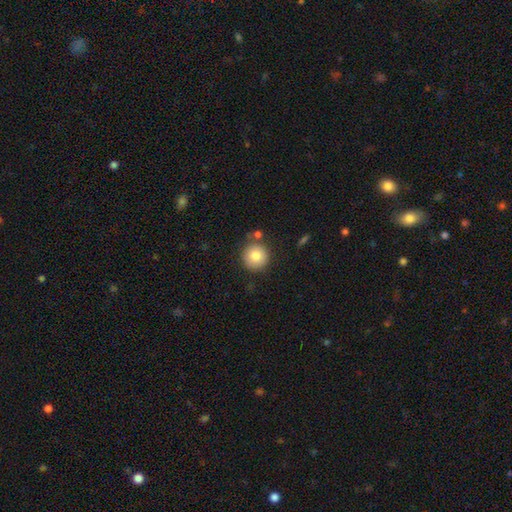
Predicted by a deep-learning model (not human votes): A smooth galaxy with no disk features (81%) that is round (95%). Merging: none (80%).